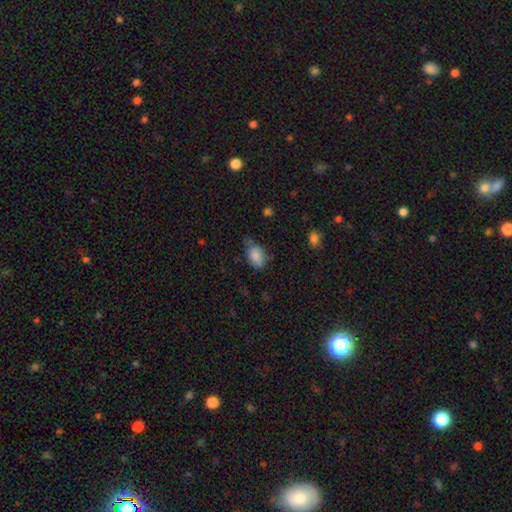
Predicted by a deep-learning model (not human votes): Overall: smooth (85%). How rounded: in between (83%). Merging: none (47%; minor disturbance 39%).